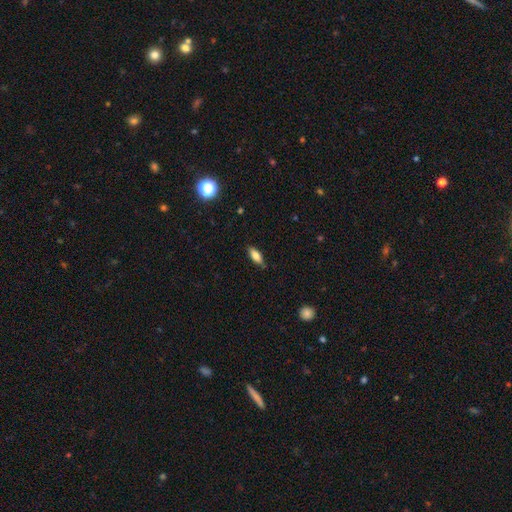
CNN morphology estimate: A smooth galaxy with no disk features (73%) that is in between round and cigar-shaped (70%).

Vote fractions:
- Smooth or featured? smooth: 73% / featured or disk: 19% / star or artifact: 8%
- How rounded? in between: 70% / cigar-shaped: 28% / round: 3%
- Merging? none: 82% / minor disturbance: 14% / major disturbance: 3% / merger: 1%